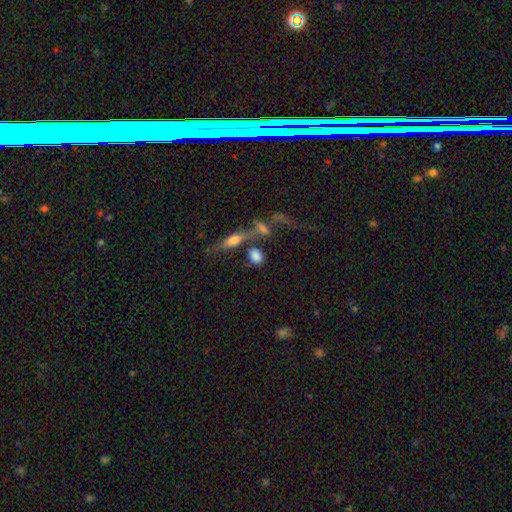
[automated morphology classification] Smooth or featured?
  - smooth: 75% *
  - featured or disk: 16%
  - star or artifact: 9%
How rounded?
  - in between: 60% *
  - round: 30%
  - cigar-shaped: 11%
Merging?
  - none: 50% *
  - merger: 27%
  - minor disturbance: 14%
  - major disturbance: 10%